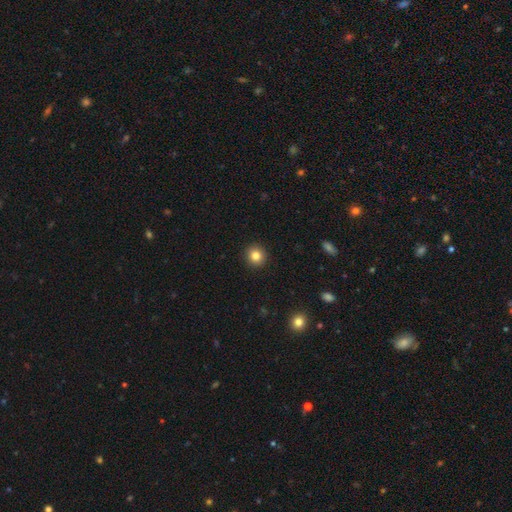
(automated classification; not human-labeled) A smooth galaxy with no disk features (83%) that is round (93%).

Vote fractions:
- Smooth or featured? smooth: 83% / star or artifact: 11% / featured or disk: 6%
- How rounded? round: 93% / in between: 6% / cigar-shaped: 1%
- Merging? none: 93% / minor disturbance: 4% / major disturbance: 1% / merger: 1%